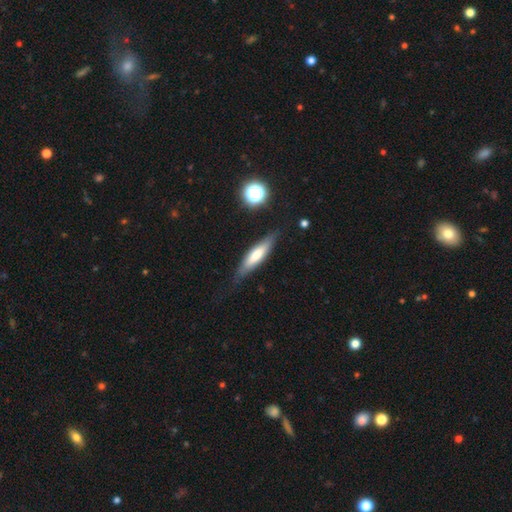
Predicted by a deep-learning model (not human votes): Smooth or featured? Predicted: smooth (p=0.59). How rounded? Predicted: cigar-shaped (p=0.74). Merging? Predicted: none (p=0.78).